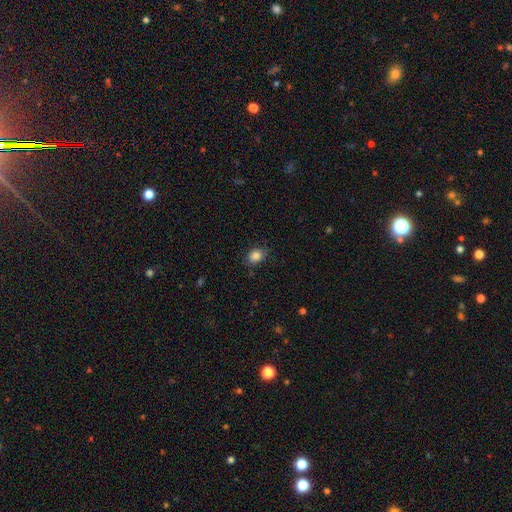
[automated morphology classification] Smooth or featured: smooth — 85% (star or artifact — 10%)
How rounded: in between — 53% (round — 46%)
Merging: none — 80% (minor disturbance — 15%)